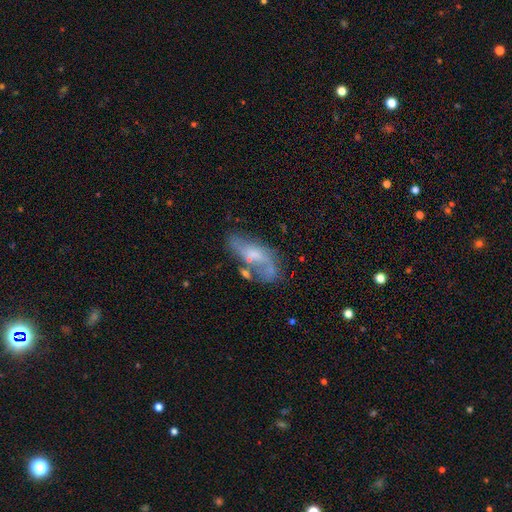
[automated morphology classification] The model was most divided on "bulge size": small: 41%, moderate: 29%, none: 24%, large: 5%, dominant: 2%. Remaining: edge-on disk — no (89%); spiral arms — yes (73%); smooth or featured — featured or disk (63%); bar — no (59%); merging — none (44%).